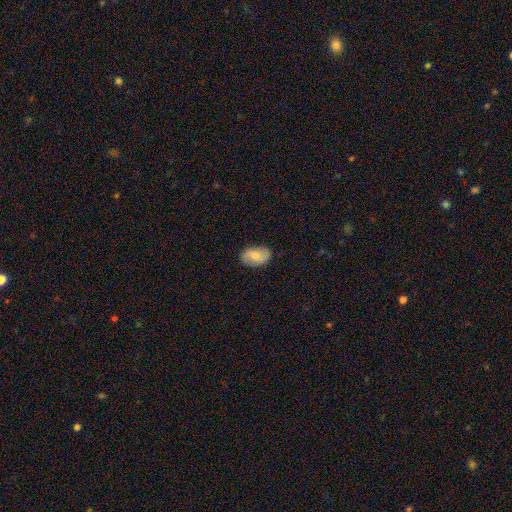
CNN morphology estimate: Smooth or featured? Predicted: smooth (p=0.63). How rounded? Predicted: in between (p=0.90). Merging? Predicted: none (p=0.83).